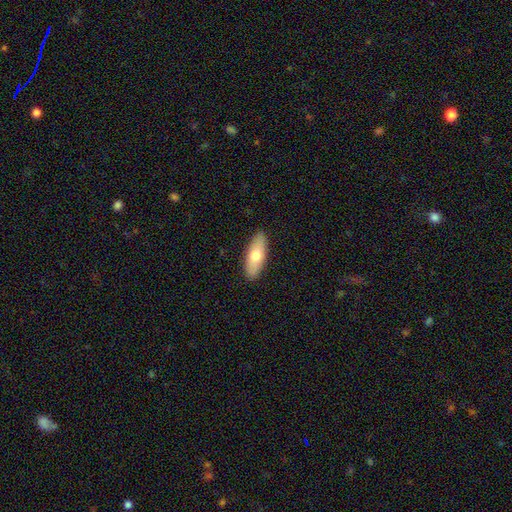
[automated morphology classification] type=smooth (69%); roundness=in between (69%); merging=none (90%).